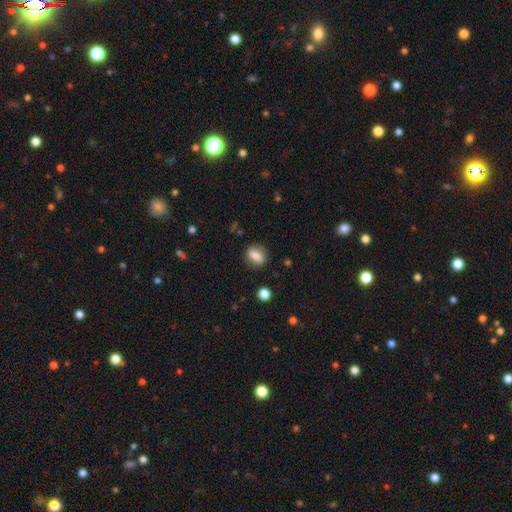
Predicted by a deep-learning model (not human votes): This appears to be a smooth galaxy with no disk features (77%) that is in between round and cigar-shaped (66%). Merging: none (81%).